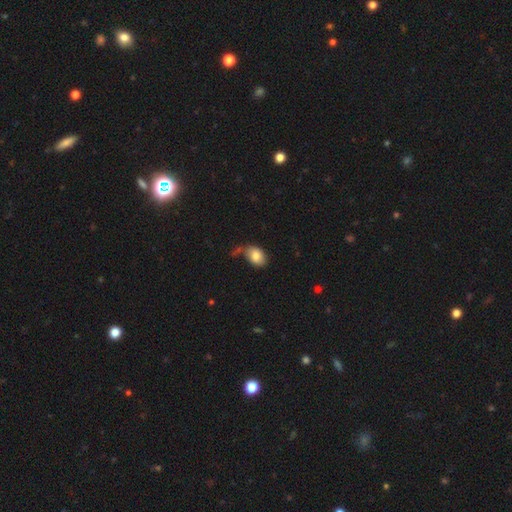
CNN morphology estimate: smooth 82%, featured or disk 11%, star or artifact 8%. Down the decision tree: how rounded — in between (83%); merging — none (56%).